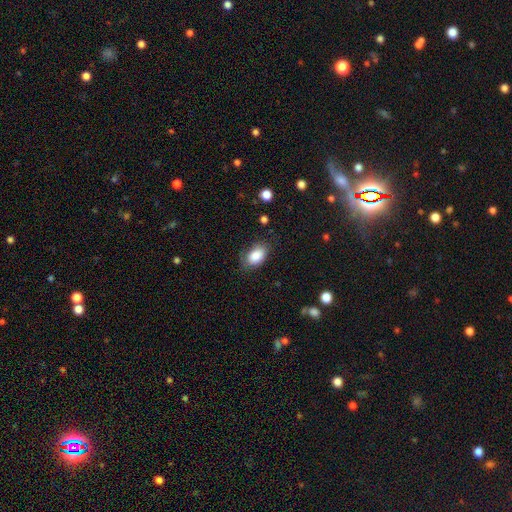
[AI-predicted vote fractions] Smooth or featured?
  - smooth: 84% *
  - featured or disk: 9%
  - star or artifact: 8%
How rounded?
  - in between: 89% *
  - round: 10%
  - cigar-shaped: 1%
Merging?
  - none: 74% *
  - minor disturbance: 19%
  - major disturbance: 6%
  - merger: 1%